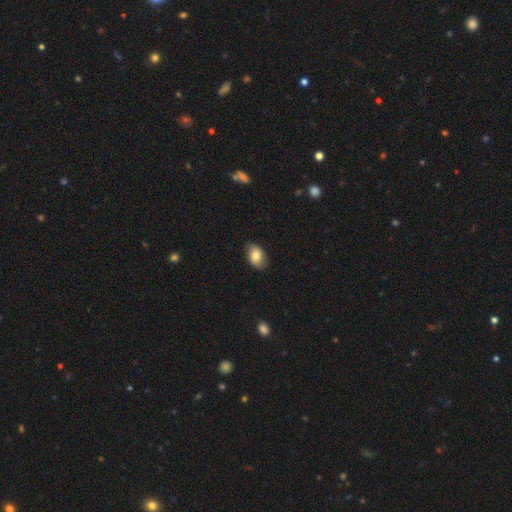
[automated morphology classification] This is likely a smooth galaxy (77%). How rounded: clearly in between (86%). Merging: clearly none (82%).